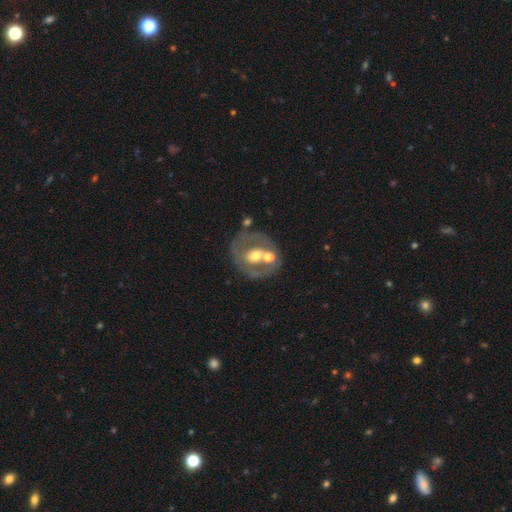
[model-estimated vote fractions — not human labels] featured or disk 60%, smooth 33%, star or artifact 7%. Down the decision tree: edge-on disk — no (95%); bar — no (68%); spiral arms — no (79%); bulge size — moderate (69%); merging — none (52%).